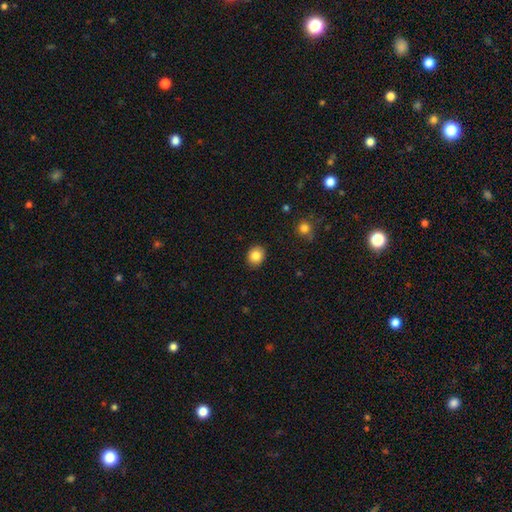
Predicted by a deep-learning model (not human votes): Smooth or featured?
  - smooth: 84% *
  - star or artifact: 9%
  - featured or disk: 6%
How rounded?
  - round: 69% *
  - in between: 30%
  - cigar-shaped: 1%
Merging?
  - none: 90% *
  - minor disturbance: 7%
  - major disturbance: 2%
  - merger: 1%